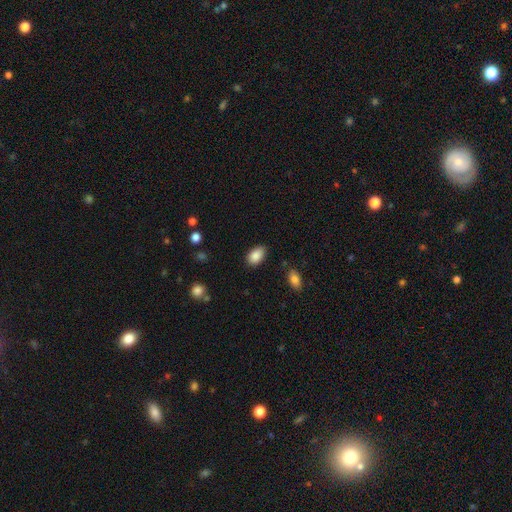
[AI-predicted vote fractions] smooth 87%, star or artifact 7%, featured or disk 5%. Down the decision tree: how rounded — in between (91%); merging — none (83%).